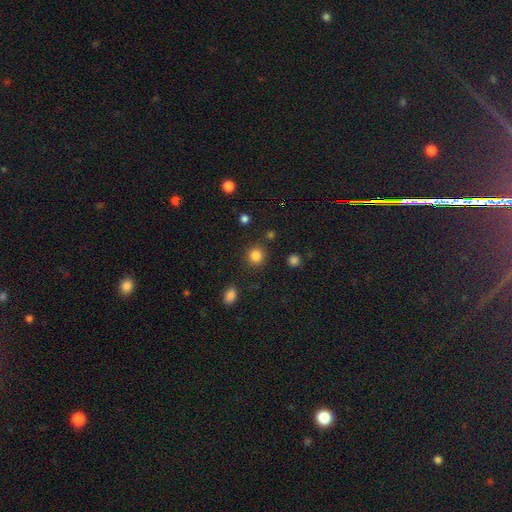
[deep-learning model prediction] Overall: smooth (85%). How rounded: round (91%). Merging: none (87%).